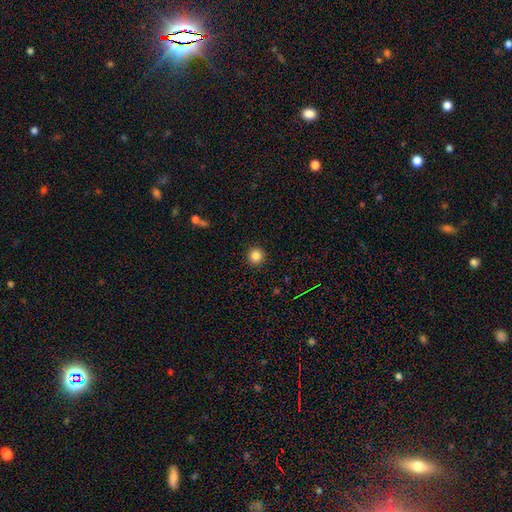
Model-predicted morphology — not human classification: Q: Smooth or featured?
A: smooth (85%); runner-up: star or artifact (11%)
Q: How rounded?
A: round (95%); runner-up: in between (4%)
Q: Merging?
A: none (92%); runner-up: minor disturbance (5%)